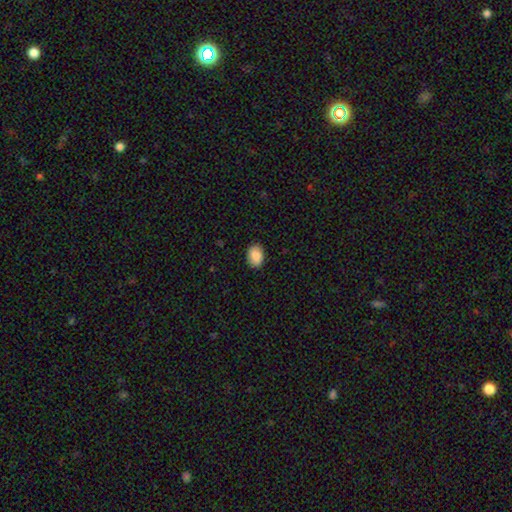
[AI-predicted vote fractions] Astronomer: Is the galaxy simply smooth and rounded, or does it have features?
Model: smooth — 88%.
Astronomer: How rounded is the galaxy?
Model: in between — 79%.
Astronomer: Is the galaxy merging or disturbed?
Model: none — 89%.